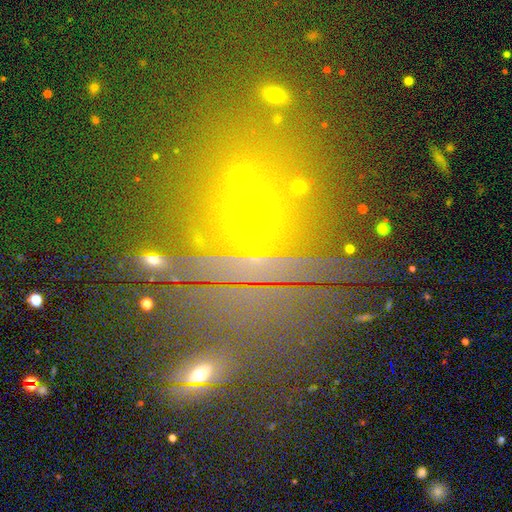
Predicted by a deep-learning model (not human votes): smooth_or_featured: star or artifact (p=0.72) [alt: smooth p=0.18]